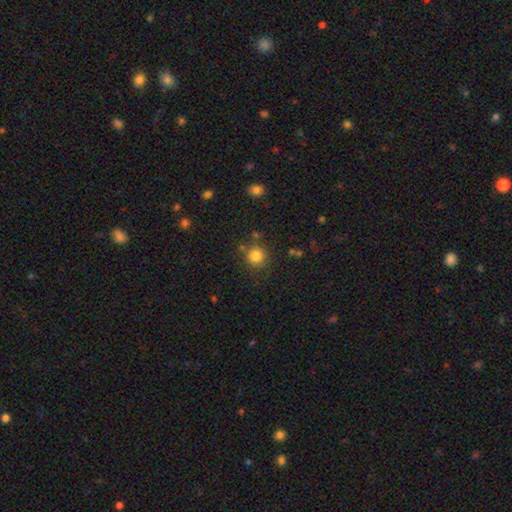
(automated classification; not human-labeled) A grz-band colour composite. It shows a smooth galaxy with no disk features (83%) that is round (93%). Merging: none (83%).